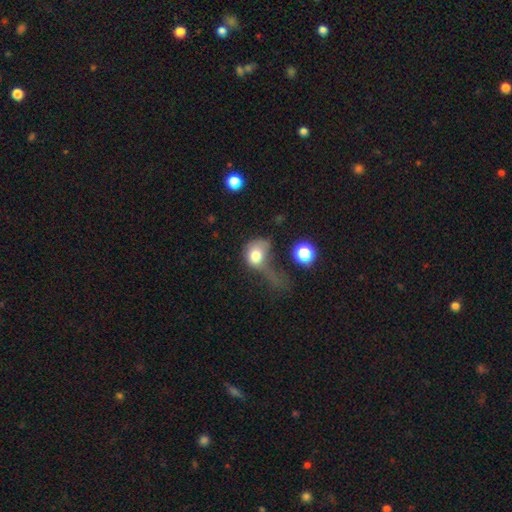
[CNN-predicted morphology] The model was most divided on "how rounded": round: 56%, in between: 42%, cigar-shaped: 2%. More confident: smooth or featured — smooth (73%); merging — major disturbance (52%).